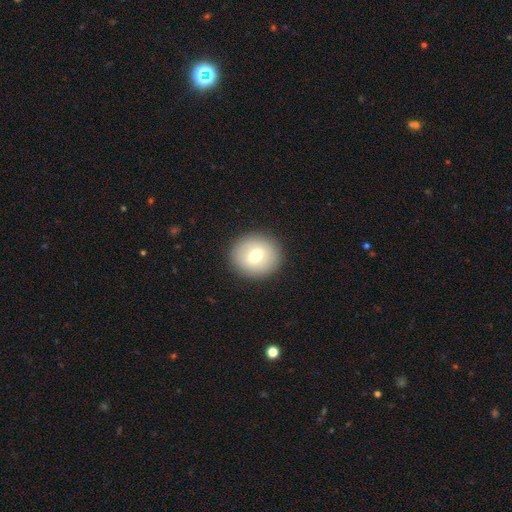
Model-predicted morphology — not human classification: Q: Smooth or featured?
A: smooth (68%); runner-up: featured or disk (24%)
Q: How rounded?
A: round (84%); runner-up: in between (15%)
Q: Merging?
A: none (90%); runner-up: minor disturbance (7%)